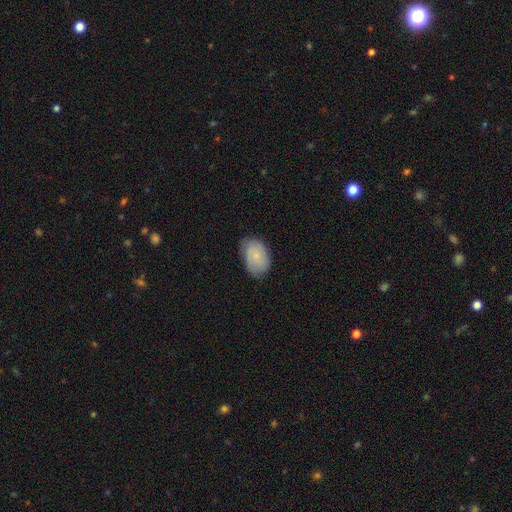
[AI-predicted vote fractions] This appears to be a smooth galaxy with no disk features (69%) that is in between round and cigar-shaped (88%). Merging: none (66%).